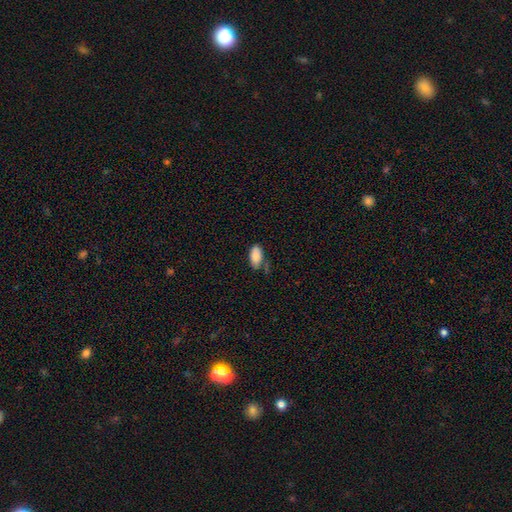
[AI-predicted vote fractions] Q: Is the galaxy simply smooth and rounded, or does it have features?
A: smooth — 84%.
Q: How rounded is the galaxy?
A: in between — 94%.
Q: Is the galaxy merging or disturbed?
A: none — 57%.